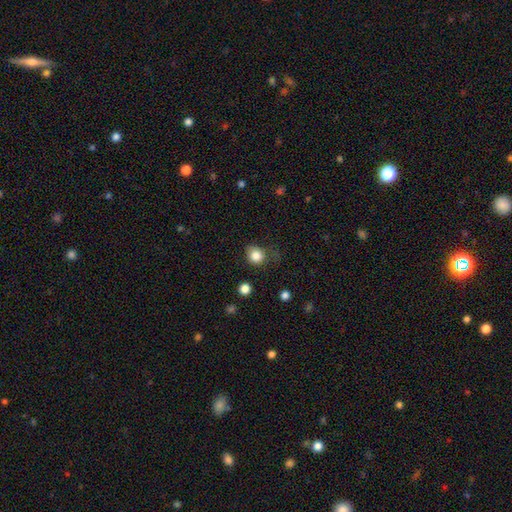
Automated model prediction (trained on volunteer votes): The model was most divided on "merging": none: 61%, minor disturbance: 27%, major disturbance: 10%, merger: 2%. More confident: smooth or featured — smooth (83%); how rounded — round (77%).